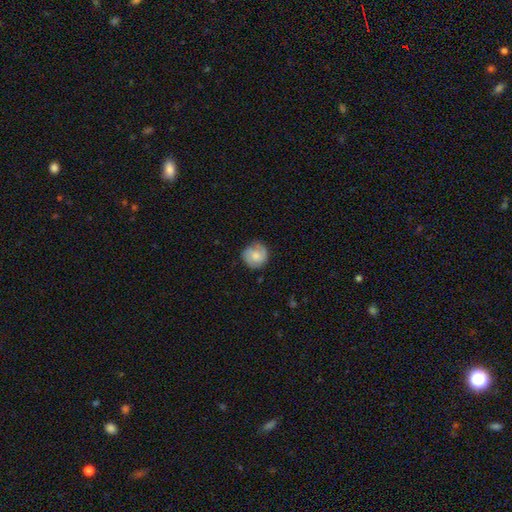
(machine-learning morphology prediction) A smooth galaxy with no disk features (58%) that is round (90%).

Vote fractions:
- Smooth or featured? smooth: 58% / featured or disk: 35% / star or artifact: 7%
- How rounded? round: 90% / in between: 9% / cigar-shaped: 1%
- Merging? none: 78% / minor disturbance: 17% / major disturbance: 4% / merger: 1%